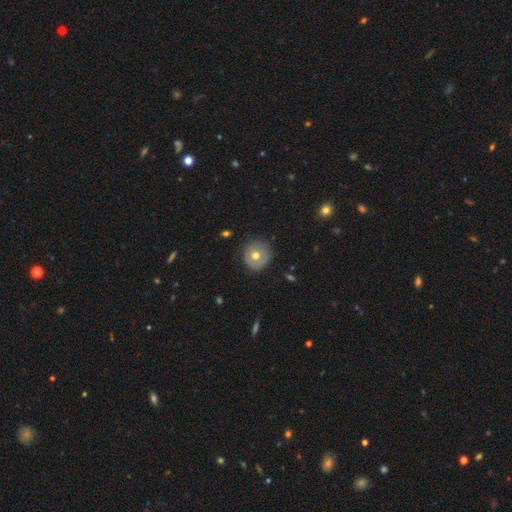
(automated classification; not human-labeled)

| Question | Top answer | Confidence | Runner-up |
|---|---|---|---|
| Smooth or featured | smooth | 64% | featured or disk (27%) |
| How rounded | round | 89% | in between (10%) |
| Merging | none | 79% | minor disturbance (16%) |